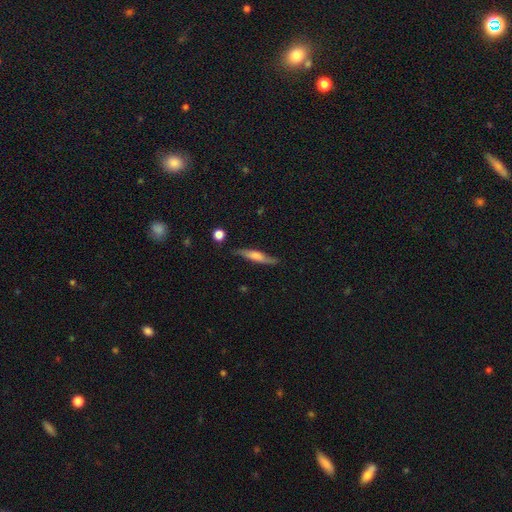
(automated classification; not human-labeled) Q: Smooth or featured?
A: featured or disk (55%); runner-up: smooth (38%)
Q: Edge-on disk?
A: yes (85%); runner-up: no (15%)
Q: Merging?
A: none (80%); runner-up: minor disturbance (15%)